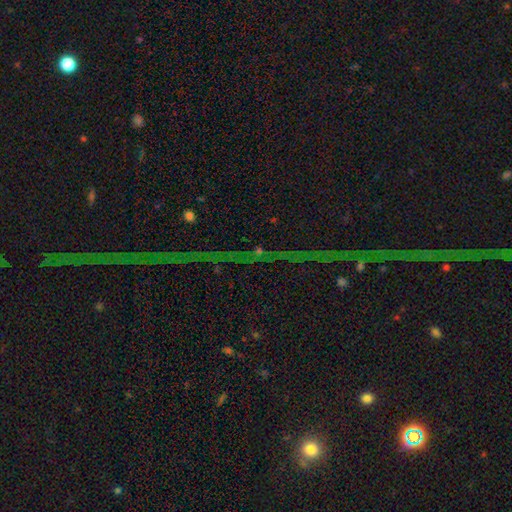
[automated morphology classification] smooth-or-featured: star or artifact: 76% | featured or disk: 14% | smooth: 10%